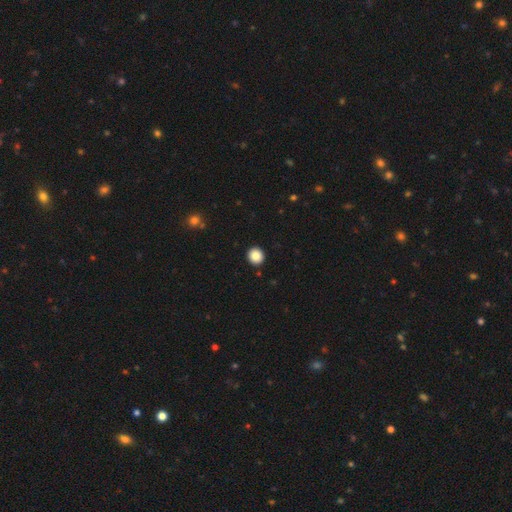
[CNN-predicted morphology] This appears to be a smooth galaxy with no disk features (86%) that is round (91%). Merging: none (93%).